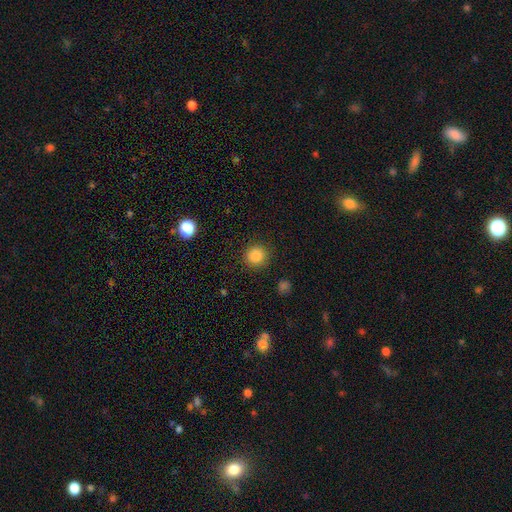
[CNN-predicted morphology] Smooth or featured? smooth (84%)
How rounded? round (94%)
Merging? none (91%)